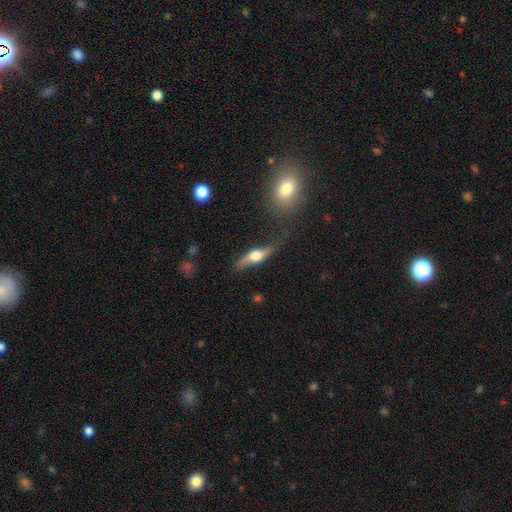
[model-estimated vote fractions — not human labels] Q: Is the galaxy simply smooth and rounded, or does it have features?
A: featured or disk — 63%.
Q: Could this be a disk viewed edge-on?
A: yes — 70%.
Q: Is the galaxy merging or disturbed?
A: none — 65%.